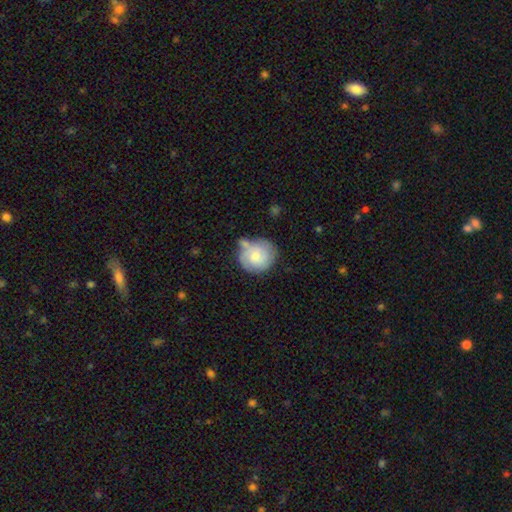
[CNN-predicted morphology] A smooth galaxy with no disk features (59%) that is round (85%). Merging: none (54%).